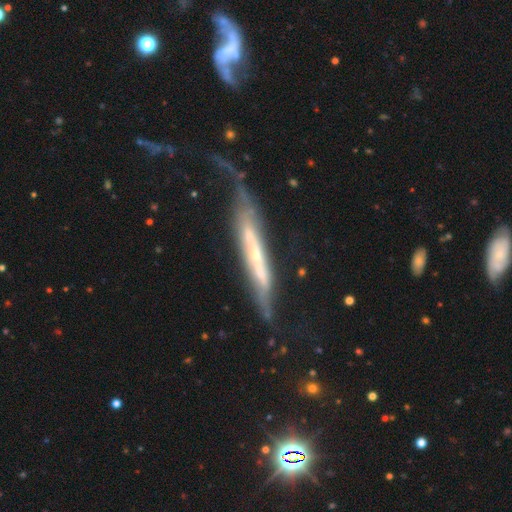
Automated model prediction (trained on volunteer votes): Smooth or featured? featured or disk (76%)
Edge-on disk? yes (69%)
Edge-on bulge? none (50%)
Merging? none (37%)